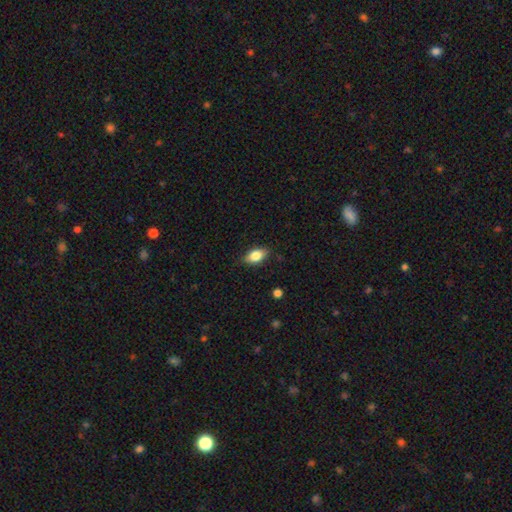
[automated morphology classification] smooth-or-featured: smooth: 81% | featured or disk: 11% | star or artifact: 8%
  how-rounded: in between: 87% | round: 9% | cigar-shaped: 4%
  merging: none: 82% | minor disturbance: 14% | major disturbance: 3% | merger: 1%